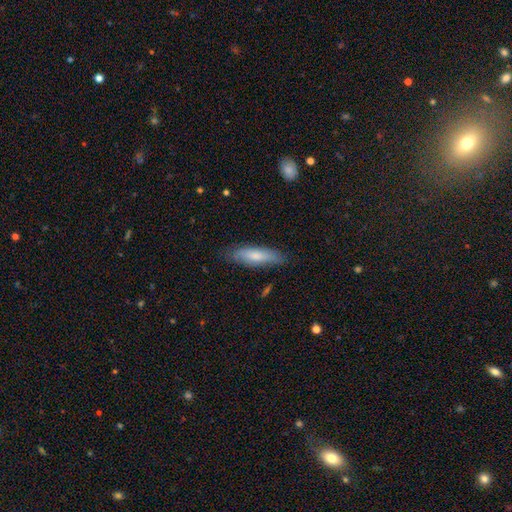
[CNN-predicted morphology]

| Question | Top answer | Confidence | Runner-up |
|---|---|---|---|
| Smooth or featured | smooth | 72% | featured or disk (22%) |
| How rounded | cigar-shaped | 59% | in between (39%) |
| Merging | none | 80% | minor disturbance (16%) |